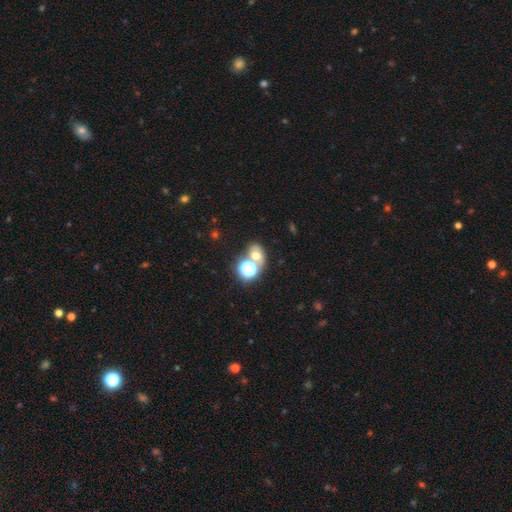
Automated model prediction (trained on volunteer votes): Smooth or featured?
  - smooth: 56% *
  - star or artifact: 28%
  - featured or disk: 16%
How rounded?
  - round: 49% * (tied)
  - in between: 49% * (tied)
  - cigar-shaped: 1%
Merging?
  - none: 49% *
  - merger: 36%
  - minor disturbance: 10%
  - major disturbance: 6%